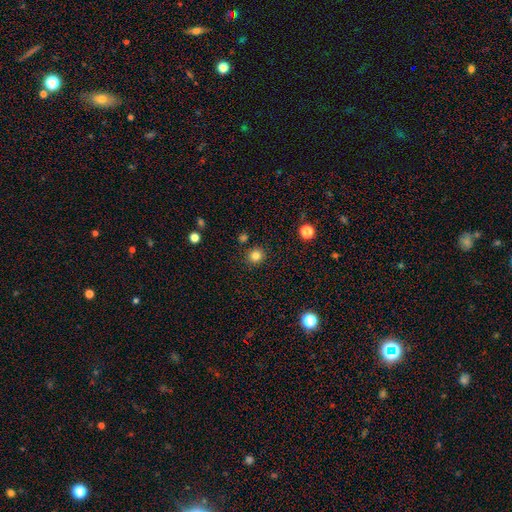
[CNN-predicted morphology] type=smooth (83%); roundness=round (90%); merging=none (89%).